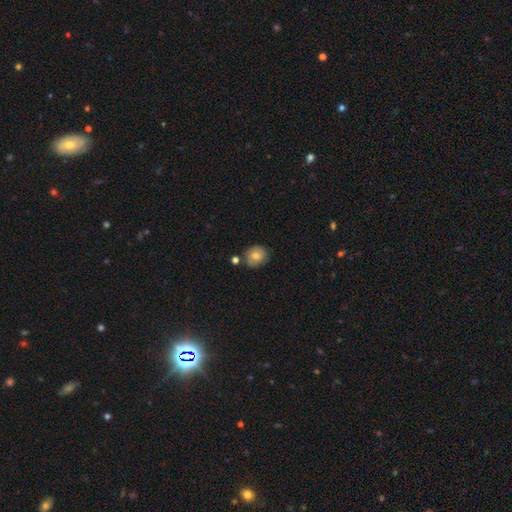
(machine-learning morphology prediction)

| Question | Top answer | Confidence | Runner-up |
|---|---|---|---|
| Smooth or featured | smooth | 67% | featured or disk (24%) |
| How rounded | round | 82% | in between (17%) |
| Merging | none | 75% | minor disturbance (15%) |